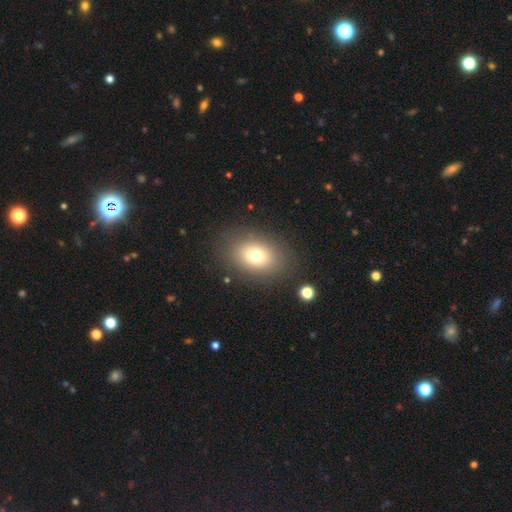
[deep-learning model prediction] Overall: smooth (74%). How rounded: in between (70%). Merging: none (83%).